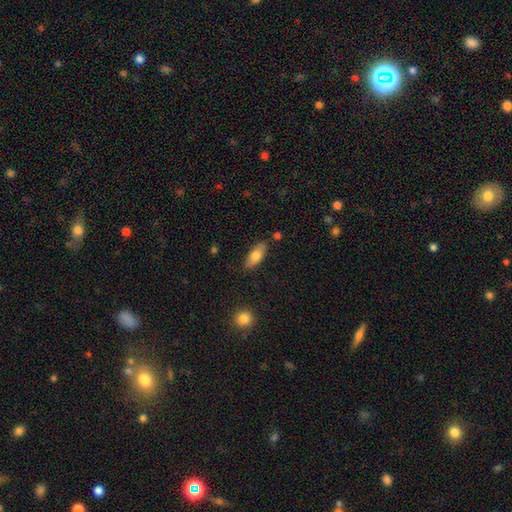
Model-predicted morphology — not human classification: Q: Smooth or featured?
A: smooth (75%); runner-up: featured or disk (18%)
Q: How rounded?
A: in between (78%); runner-up: cigar-shaped (19%)
Q: Merging?
A: none (82%); runner-up: minor disturbance (13%)